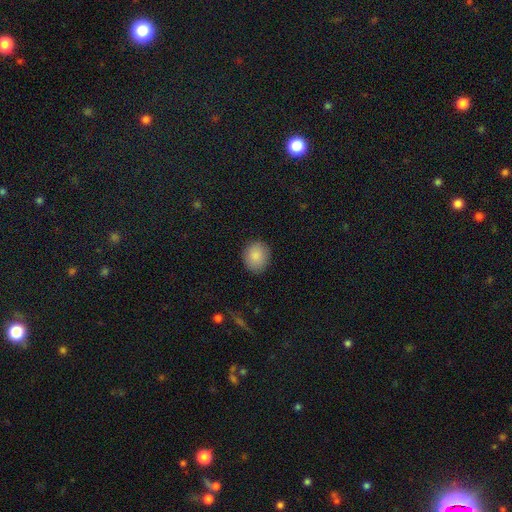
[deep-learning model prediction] Smooth or featured?
  - smooth: 88% *
  - star or artifact: 8%
  - featured or disk: 5%
How rounded?
  - round: 78% *
  - in between: 22%
  - cigar-shaped: 1%
Merging?
  - none: 88% *
  - minor disturbance: 9%
  - major disturbance: 2%
  - merger: 1%